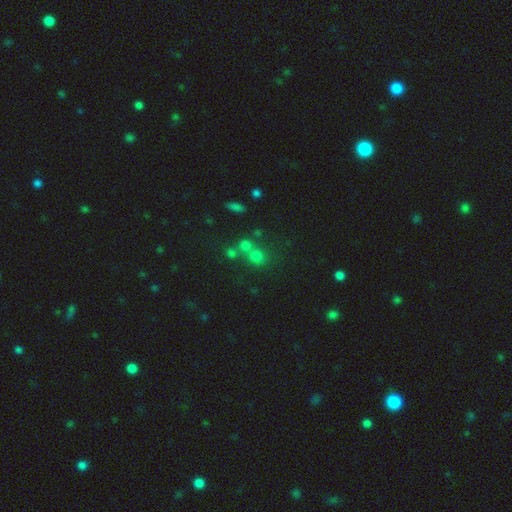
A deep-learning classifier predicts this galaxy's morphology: Smooth or featured? smooth (63%)
How rounded? round (84%)
Merging? none (52%)